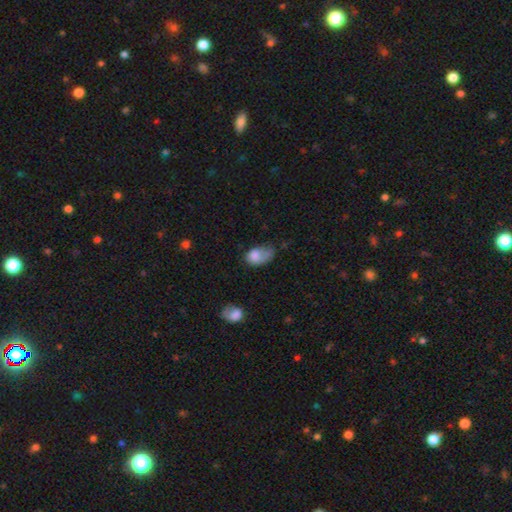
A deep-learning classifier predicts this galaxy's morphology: Smooth or featured?
  - smooth: 75% *
  - featured or disk: 17%
  - star or artifact: 8%
How rounded?
  - in between: 83% *
  - round: 16%
  - cigar-shaped: 1%
Merging?
  - minor disturbance: 36% *
  - major disturbance: 33%
  - none: 26%
  - merger: 6%